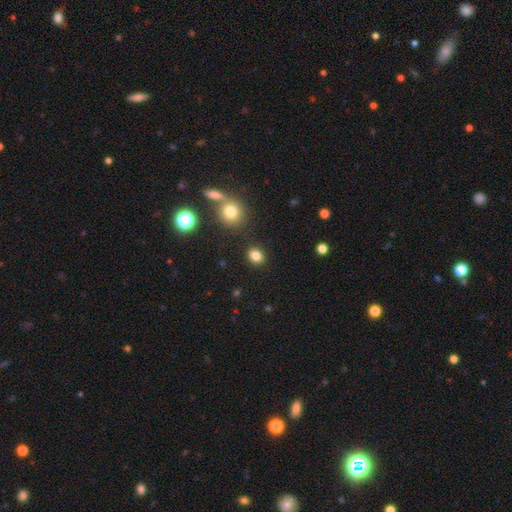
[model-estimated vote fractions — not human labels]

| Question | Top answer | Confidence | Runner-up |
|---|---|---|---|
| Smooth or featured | smooth | 83% | star or artifact (12%) |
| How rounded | round | 55% | in between (44%) |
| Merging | none | 86% | minor disturbance (8%) |